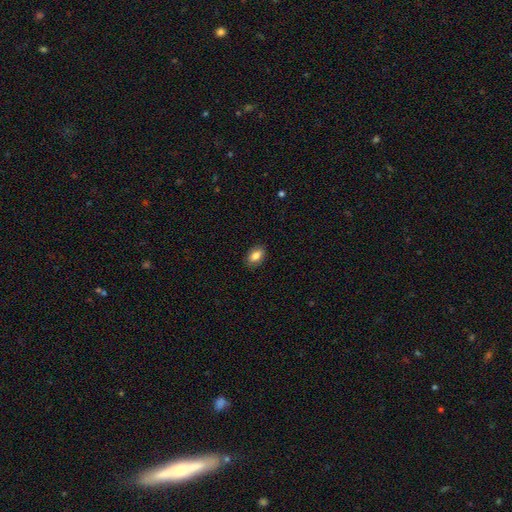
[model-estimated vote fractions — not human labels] Q: Smooth or featured?
A: smooth (83%); runner-up: featured or disk (9%)
Q: How rounded?
A: in between (86%); runner-up: round (13%)
Q: Merging?
A: none (87%); runner-up: minor disturbance (10%)